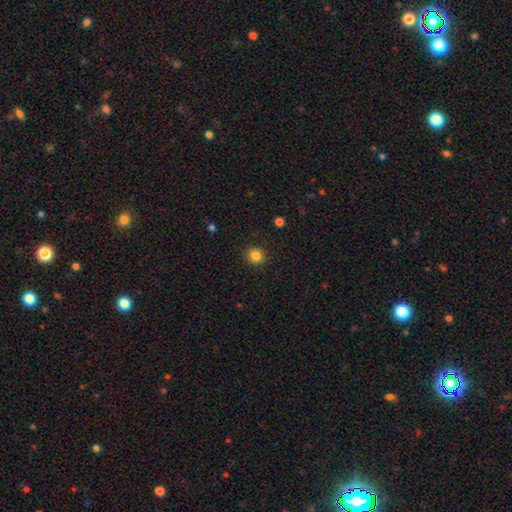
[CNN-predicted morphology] smooth 84%, star or artifact 11%, featured or disk 5%. Down the decision tree: how rounded — round (89%); merging — none (91%).